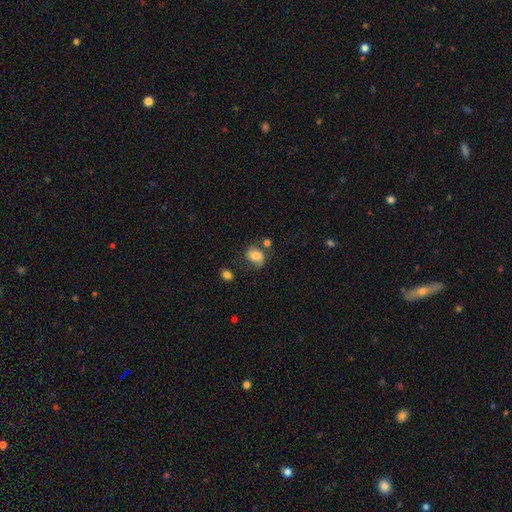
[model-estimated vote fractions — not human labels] The model was most divided on "how rounded": in between: 50%, round: 49%, cigar-shaped: 1%. More confident: smooth or featured — smooth (70%); merging — none (58%).